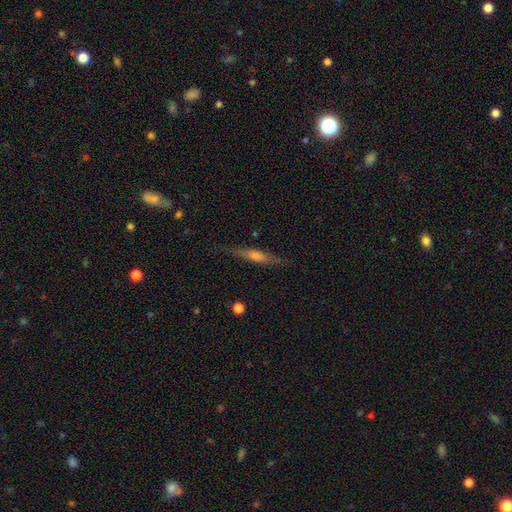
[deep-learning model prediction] This appears to be a featured or disk galaxy (61%) viewed edge-on (95%) with a rounded central bulge (68%). Merging: none (84%).